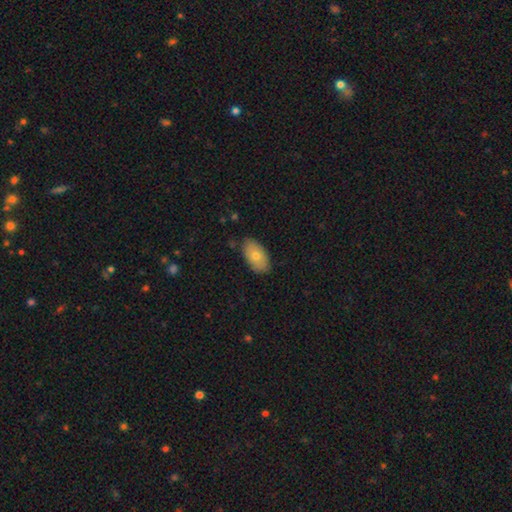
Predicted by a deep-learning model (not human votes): smooth 71%, featured or disk 22%, star or artifact 7%. Down the decision tree: how rounded — in between (94%); merging — none (85%).